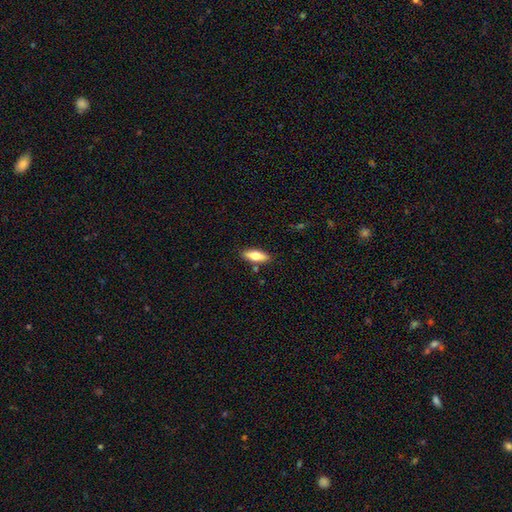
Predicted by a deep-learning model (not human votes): Morphology: type=smooth (70%); roundness=in between (64%); merging=none (85%).